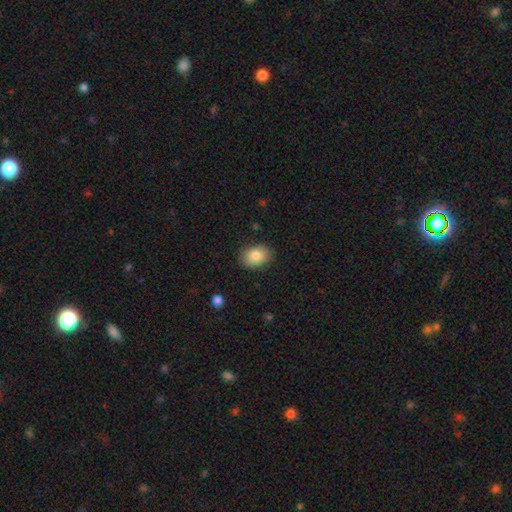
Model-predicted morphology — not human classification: smooth_or_featured: smooth (p=0.86) [alt: star or artifact p=0.07]
how_rounded: in between (p=0.77) [alt: round p=0.22]
merging: none (p=0.86) [alt: minor disturbance p=0.10]